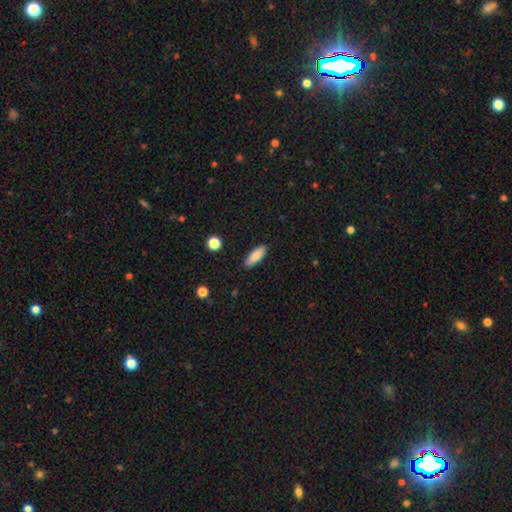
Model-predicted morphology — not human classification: Smooth or featured?
  - smooth: 86% *
  - featured or disk: 8%
  - star or artifact: 7%
How rounded?
  - in between: 63% *
  - cigar-shaped: 35%
  - round: 2%
Merging?
  - none: 88% *
  - minor disturbance: 8%
  - major disturbance: 2%
  - merger: 1%